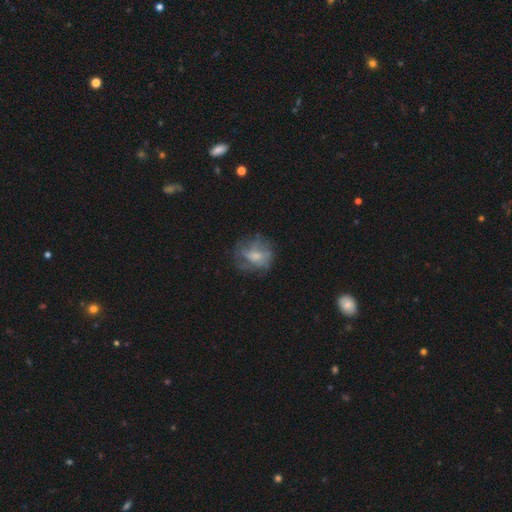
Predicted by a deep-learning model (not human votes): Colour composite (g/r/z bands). It shows a featured or disk galaxy (45%, tied with smooth). Merging: none (58%).